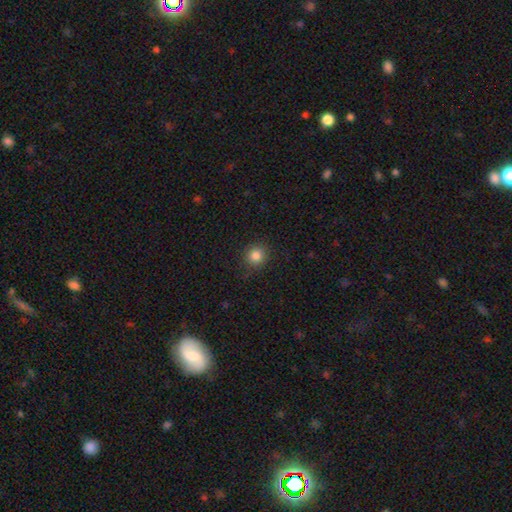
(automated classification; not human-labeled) smooth-or-featured: smooth: 84% | star or artifact: 11% | featured or disk: 4%
  how-rounded: round: 90% | in between: 9% | cigar-shaped: 1%
  merging: none: 88% | minor disturbance: 8% | major disturbance: 3% | merger: 1%